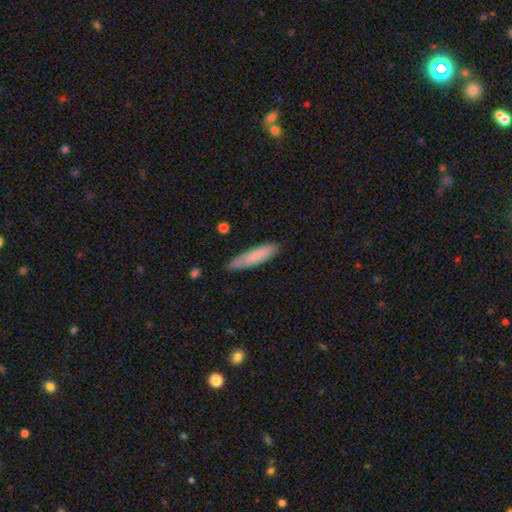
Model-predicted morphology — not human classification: Smooth or featured? smooth (79%)
How rounded? cigar-shaped (82%)
Merging? none (82%)